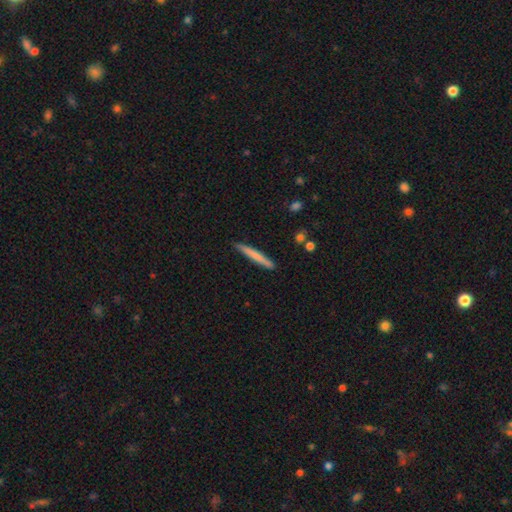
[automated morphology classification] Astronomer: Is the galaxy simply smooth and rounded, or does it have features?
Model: smooth — 68%.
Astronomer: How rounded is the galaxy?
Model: cigar-shaped — 96%.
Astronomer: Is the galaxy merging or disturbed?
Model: none — 88%.